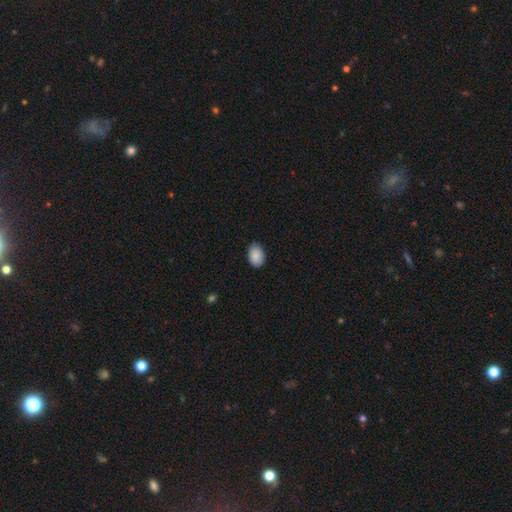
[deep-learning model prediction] smooth 89%, star or artifact 7%, featured or disk 4%. Down the decision tree: how rounded — in between (83%); merging — none (84%).